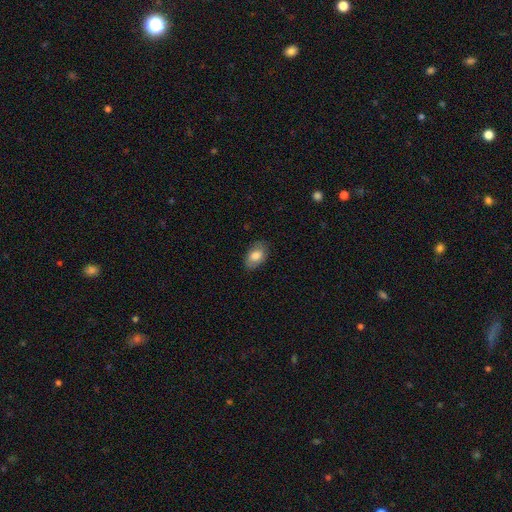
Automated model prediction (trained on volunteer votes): Smooth or featured?
  - smooth: 78% *
  - featured or disk: 15%
  - star or artifact: 7%
How rounded?
  - in between: 90% *
  - round: 8%
  - cigar-shaped: 1%
Merging?
  - none: 82% *
  - minor disturbance: 14%
  - major disturbance: 3%
  - merger: 1%